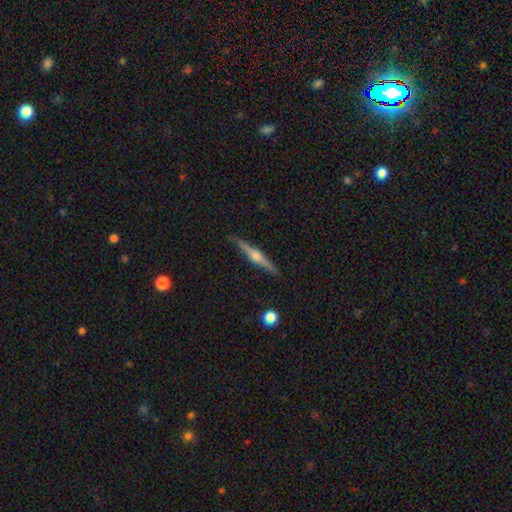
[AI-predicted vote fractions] Smooth or featured: featured or disk — 79% (smooth — 15%)
Edge-on disk: yes — 98% (no — 2%)
Edge-on bulge: rounded — 88% (boxy — 8%)
Merging: none — 91% (minor disturbance — 7%)